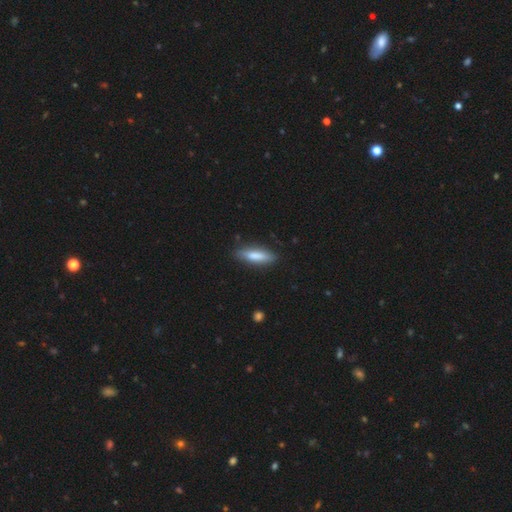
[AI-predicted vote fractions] The model was most divided on "how rounded": cigar-shaped: 62%, in between: 36%, round: 2%. More confident: merging — none (84%); smooth or featured — smooth (76%).